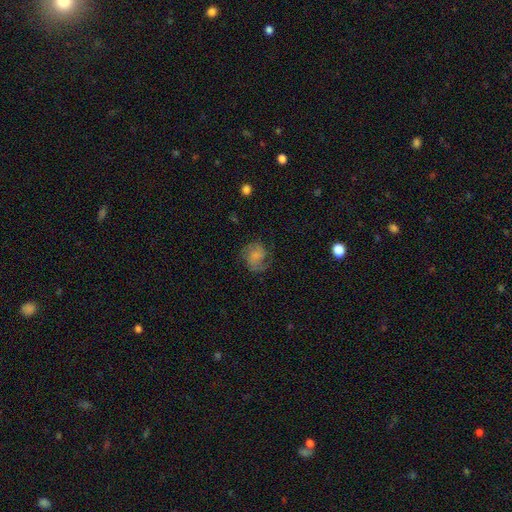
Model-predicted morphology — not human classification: This is possibly a featured or disk galaxy (58%). It is clearly not viewed edge-on (98%). Bar: likely no (67%). Spiral arm pattern: clearly yes (90%). Spiral arm count: likely 2 (69%). Spiral winding: possibly medium (49%). Central bulge: marginally small (39%). Merging: likely none (63%).